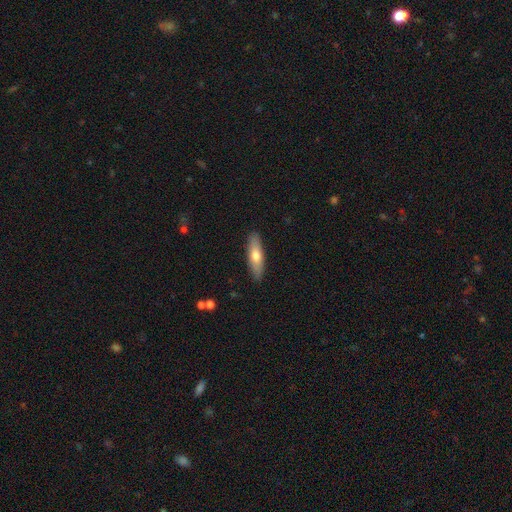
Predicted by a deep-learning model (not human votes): Q: Smooth or featured?
A: smooth (64%); runner-up: featured or disk (30%)
Q: How rounded?
A: cigar-shaped (59%); runner-up: in between (39%)
Q: Merging?
A: none (90%); runner-up: minor disturbance (8%)